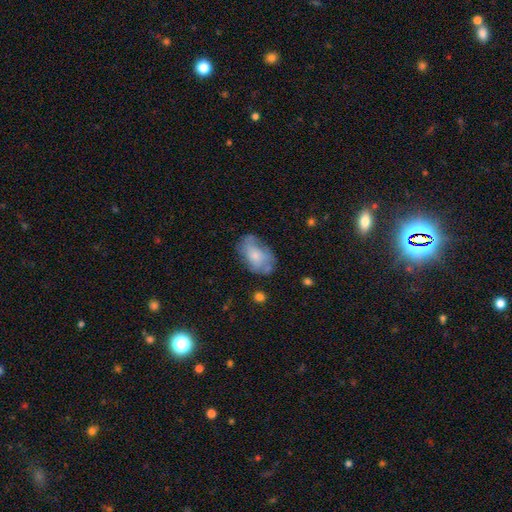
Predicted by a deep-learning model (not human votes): Smooth or featured: smooth — 55% (featured or disk — 37%)
How rounded: in between — 88% (round — 10%)
Merging: none — 51% (minor disturbance — 29%)